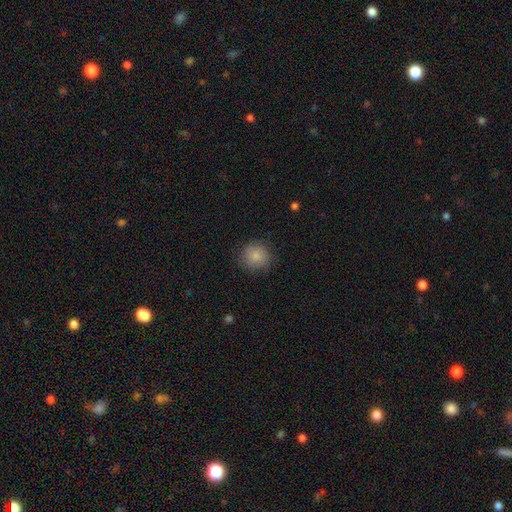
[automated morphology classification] This is clearly a smooth galaxy (85%). How rounded: clearly round (90%). Merging: clearly none (85%).